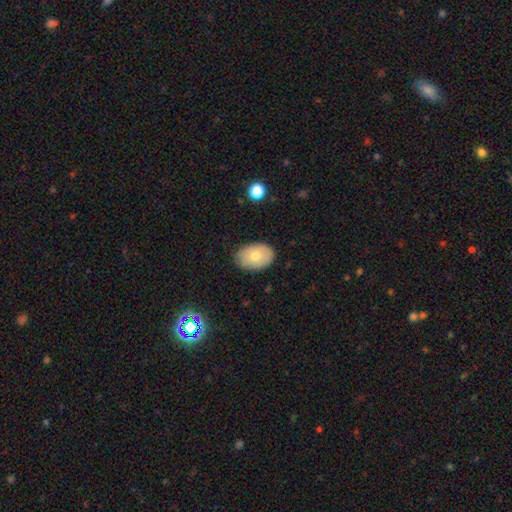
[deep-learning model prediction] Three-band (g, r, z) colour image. It shows a smooth galaxy with no disk features (74%) that is in between round and cigar-shaped (85%). Merging: none (83%).